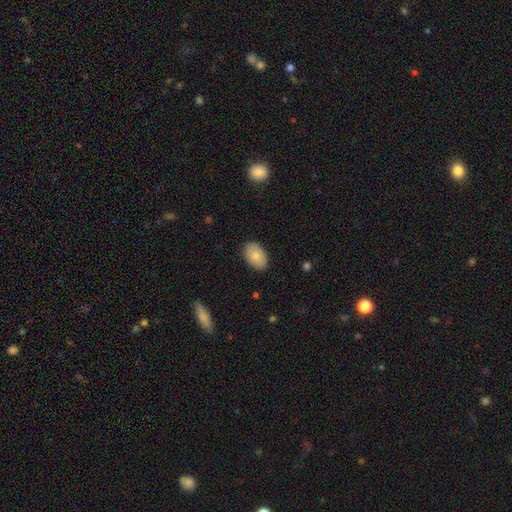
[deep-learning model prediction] Smooth or featured?
  - smooth: 80% *
  - featured or disk: 13%
  - star or artifact: 7%
How rounded?
  - in between: 90% *
  - round: 9%
  - cigar-shaped: 1%
Merging?
  - none: 87% *
  - minor disturbance: 10%
  - major disturbance: 2%
  - merger: 1%